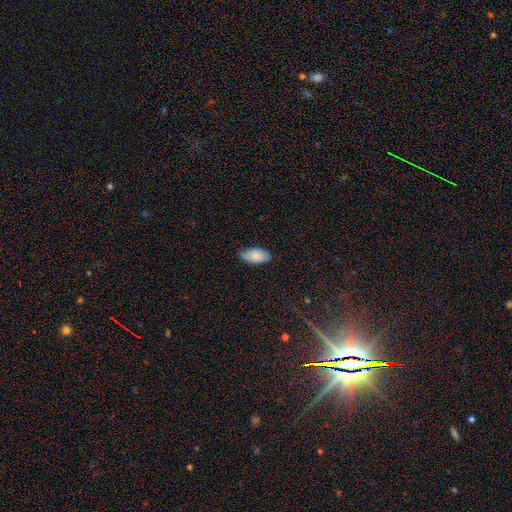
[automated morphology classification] This is clearly a smooth galaxy (86%). How rounded: clearly in between (94%). Merging: clearly none (80%).